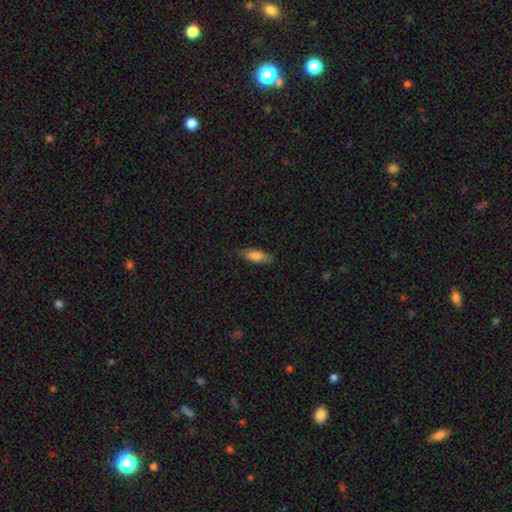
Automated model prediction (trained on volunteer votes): smooth_or_featured: smooth (p=0.78) [alt: featured or disk p=0.16]
how_rounded: in between (p=0.62) [alt: cigar-shaped p=0.36]
merging: none (p=0.81) [alt: minor disturbance p=0.15]